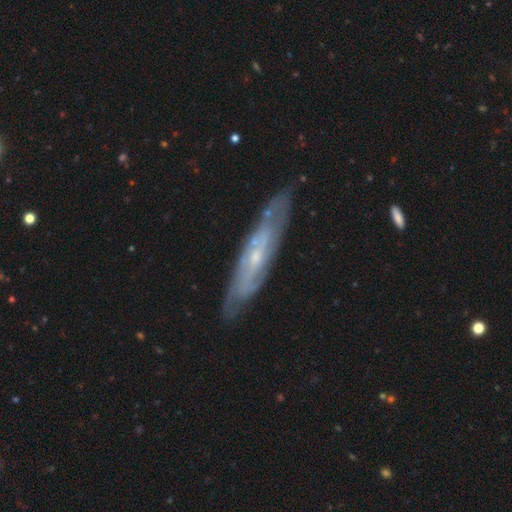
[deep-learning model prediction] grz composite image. It shows a featured or disk galaxy (77%). Merging: none (80%).